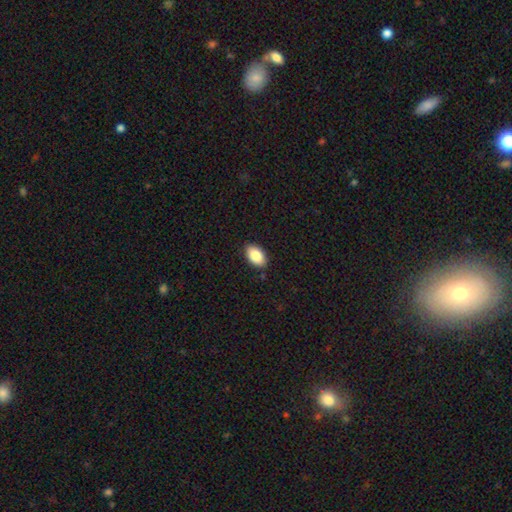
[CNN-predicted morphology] Smooth or featured?
  - smooth: 86% *
  - star or artifact: 7%
  - featured or disk: 7%
How rounded?
  - in between: 92% *
  - round: 6%
  - cigar-shaped: 1%
Merging?
  - none: 89% *
  - minor disturbance: 9%
  - major disturbance: 2%
  - merger: 1%